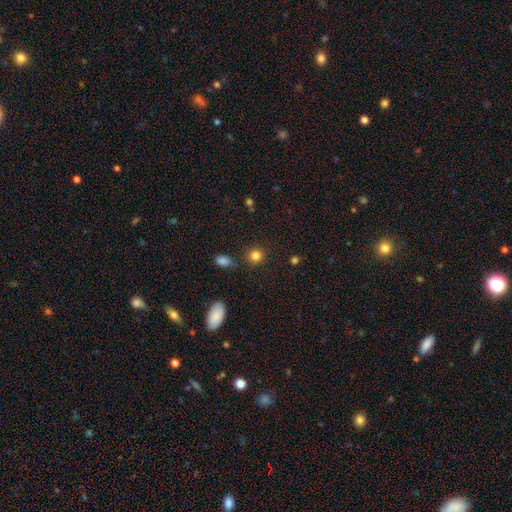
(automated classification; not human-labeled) Overall: smooth (83%). How rounded: round (89%). Merging: none (86%).